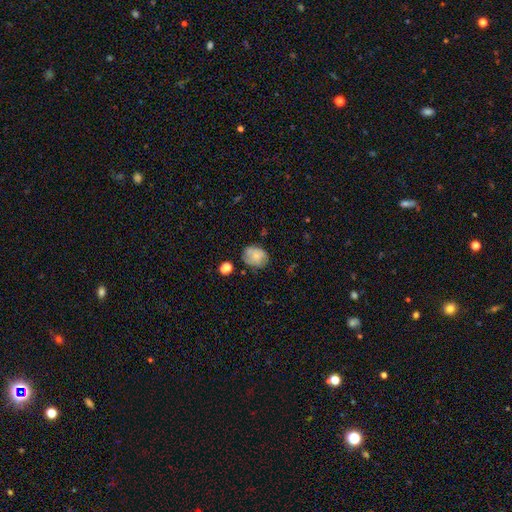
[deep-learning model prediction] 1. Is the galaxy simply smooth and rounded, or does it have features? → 66% smooth, 25% featured or disk, 9% star or artifact.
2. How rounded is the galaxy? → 55% round, 44% in between, 1% cigar-shaped.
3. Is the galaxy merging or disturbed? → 67% none, 24% minor disturbance, 6% major disturbance, 3% merger.